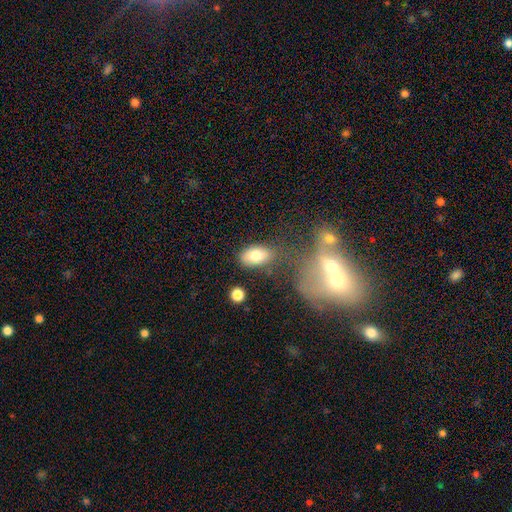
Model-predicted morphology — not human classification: smooth-or-featured: smooth: 78% | featured or disk: 14% | star or artifact: 8%
  how-rounded: in between: 90% | round: 8% | cigar-shaped: 2%
  merging: none: 73% | minor disturbance: 15% | merger: 7% | major disturbance: 5%